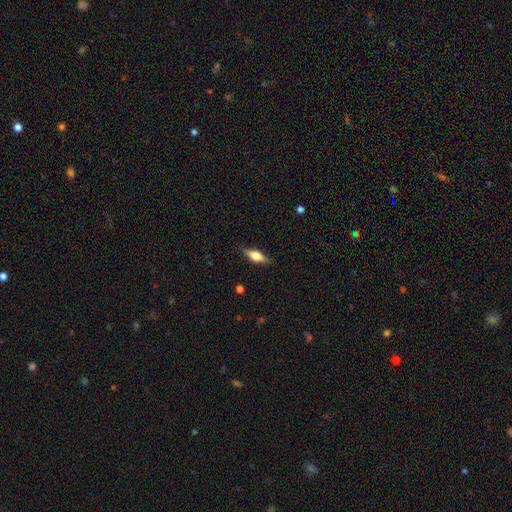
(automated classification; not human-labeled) Smooth or featured: smooth — 54% (featured or disk — 39%)
How rounded: in between — 58% (cigar-shaped — 39%)
Merging: none — 85% (minor disturbance — 12%)